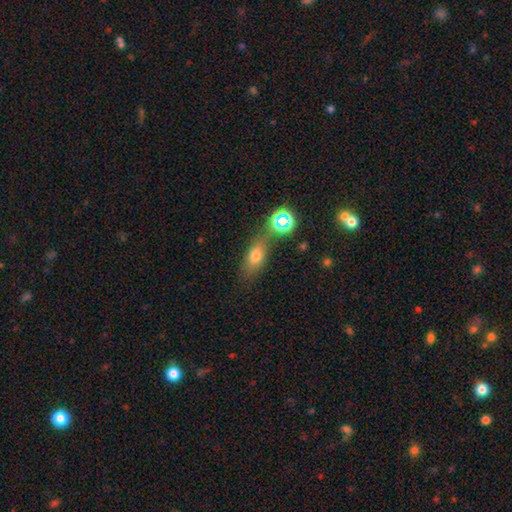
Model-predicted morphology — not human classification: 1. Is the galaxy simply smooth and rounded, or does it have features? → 66% smooth, 18% star or artifact, 16% featured or disk.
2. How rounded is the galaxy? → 69% in between, 16% round, 14% cigar-shaped.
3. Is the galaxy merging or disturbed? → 62% none, 17% minor disturbance, 15% merger, 7% major disturbance.